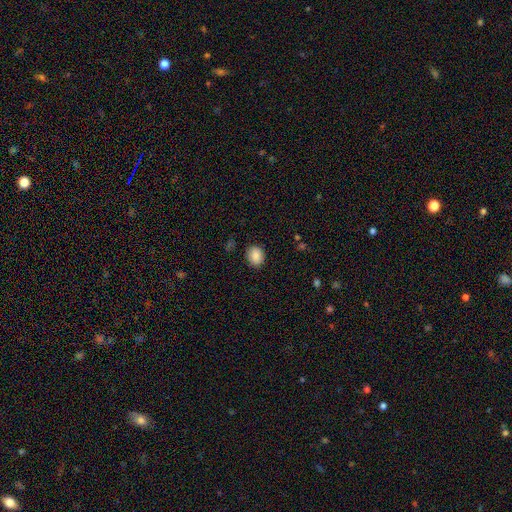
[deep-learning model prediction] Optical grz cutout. It shows a smooth galaxy with no disk features (87%) that is round (56%). Merging: none (87%).